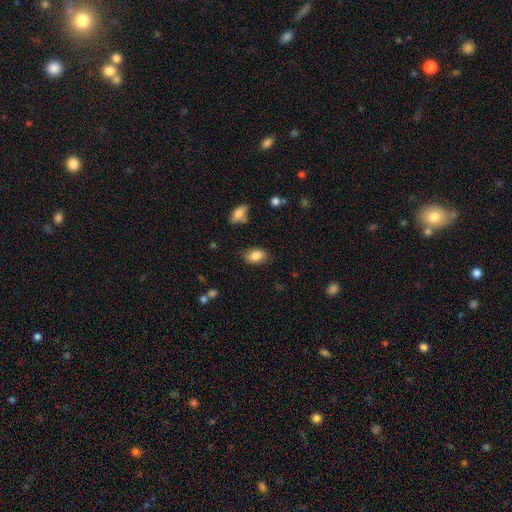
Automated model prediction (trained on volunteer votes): Smooth or featured? Predicted: smooth (p=0.85). How rounded? Predicted: in between (p=0.87). Merging? Predicted: none (p=0.82).